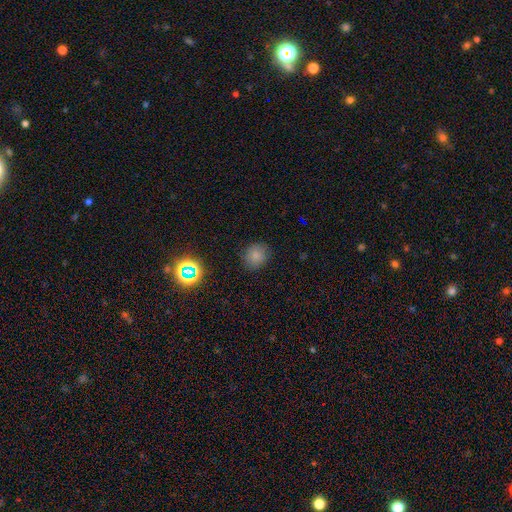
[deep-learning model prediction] Q: Smooth or featured?
A: smooth (79%); runner-up: star or artifact (15%)
Q: How rounded?
A: round (76%); runner-up: in between (23%)
Q: Merging?
A: none (85%); runner-up: minor disturbance (11%)